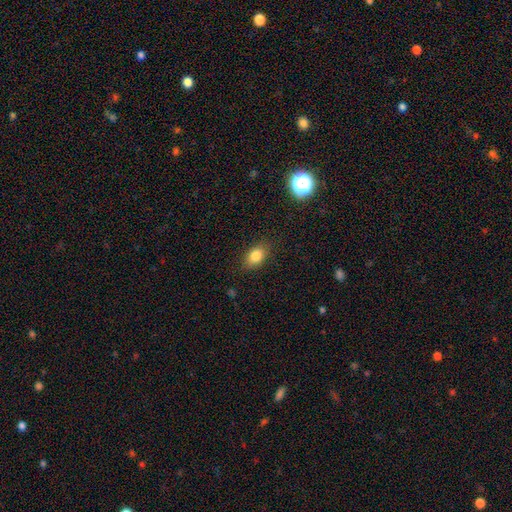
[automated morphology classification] Smooth or featured? Predicted: smooth (p=0.82). How rounded? Predicted: in between (p=0.81). Merging? Predicted: none (p=0.83).